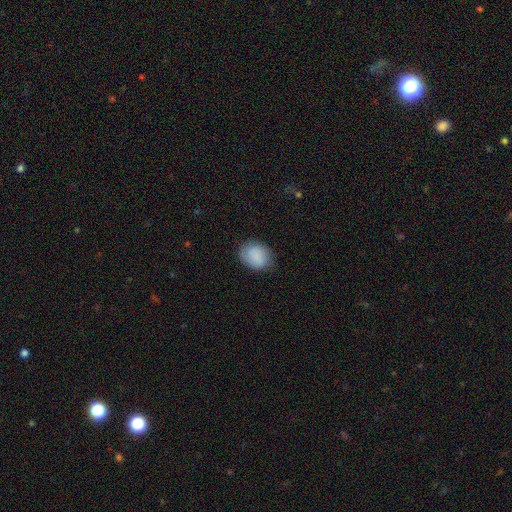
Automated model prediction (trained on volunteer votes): smooth 86%, star or artifact 7%, featured or disk 7%. Down the decision tree: how rounded — in between (52%); merging — none (77%).